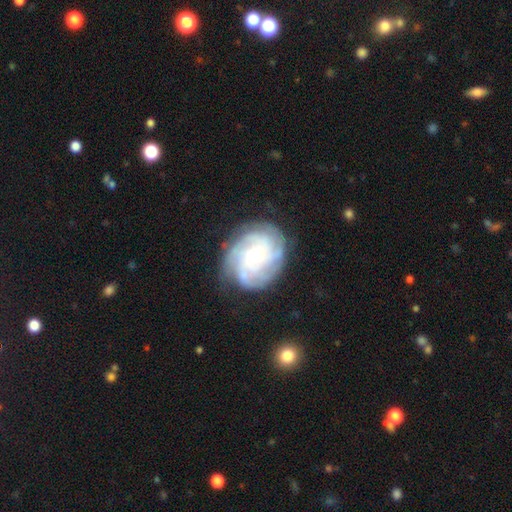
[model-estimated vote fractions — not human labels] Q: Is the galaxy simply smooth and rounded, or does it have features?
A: featured or disk — 82%.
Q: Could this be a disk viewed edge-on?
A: no — 97%.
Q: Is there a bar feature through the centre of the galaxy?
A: no — 71%.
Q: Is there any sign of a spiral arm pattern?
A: yes — 95%.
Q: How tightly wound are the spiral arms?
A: tight — 67%.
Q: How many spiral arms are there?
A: can't tell — 34%.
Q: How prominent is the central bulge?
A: moderate — 55%.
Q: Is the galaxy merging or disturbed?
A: none — 77%.